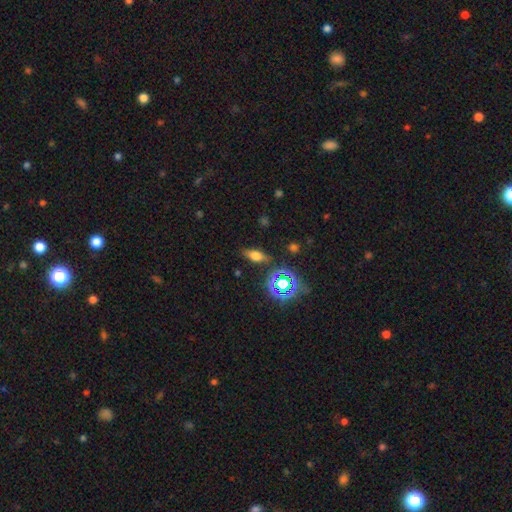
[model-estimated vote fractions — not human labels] Smooth or featured: smooth — 60% (star or artifact — 21%)
How rounded: in between — 69% (cigar-shaped — 21%)
Merging: none — 82% (minor disturbance — 12%)